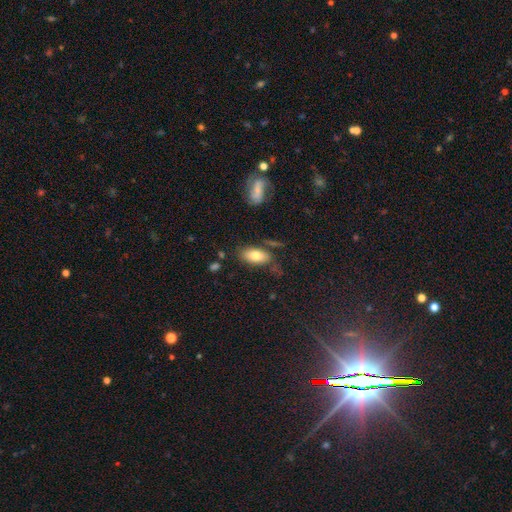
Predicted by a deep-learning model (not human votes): Q: Smooth or featured?
A: smooth (78%); runner-up: featured or disk (15%)
Q: How rounded?
A: in between (91%); runner-up: cigar-shaped (5%)
Q: Merging?
A: none (71%); runner-up: minor disturbance (18%)